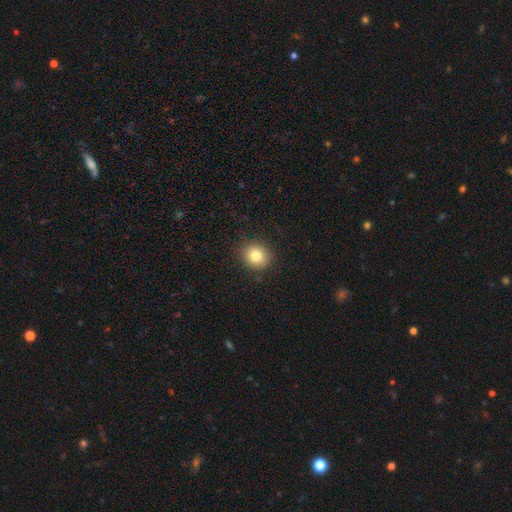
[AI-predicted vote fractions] Morphology: type=smooth (80%); roundness=round (82%); merging=none (89%).